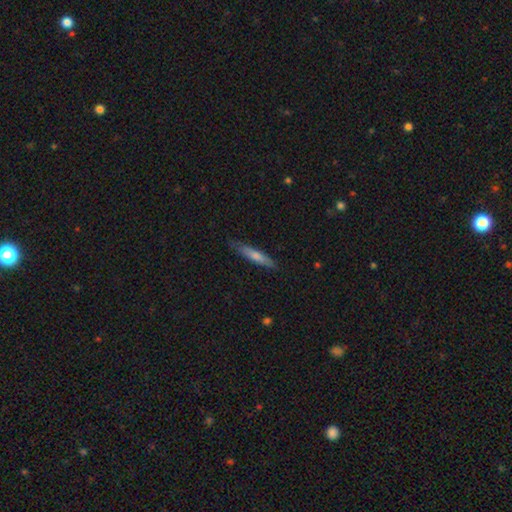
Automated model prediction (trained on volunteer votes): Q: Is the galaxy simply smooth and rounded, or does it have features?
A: smooth — 48%.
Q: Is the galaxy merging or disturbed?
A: none — 86%.